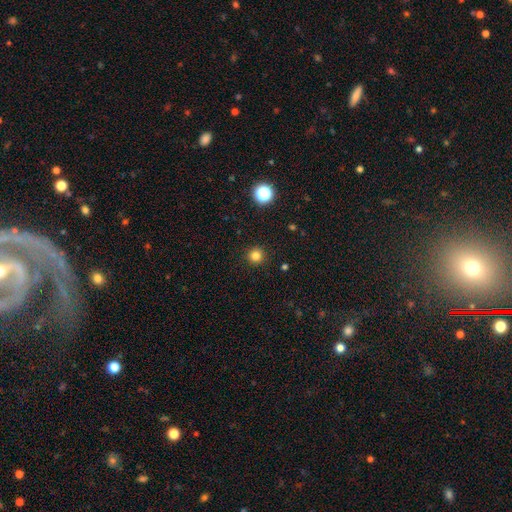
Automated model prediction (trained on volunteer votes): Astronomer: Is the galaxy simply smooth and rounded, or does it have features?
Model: smooth — 81%.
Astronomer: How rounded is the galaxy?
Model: round — 95%.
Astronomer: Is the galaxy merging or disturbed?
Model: none — 92%.